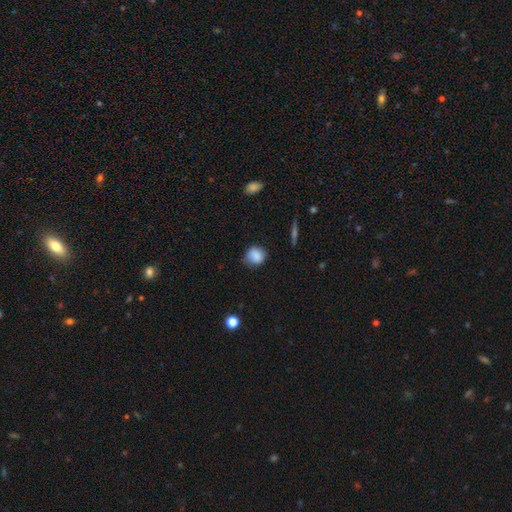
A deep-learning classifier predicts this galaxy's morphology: Overall: smooth (84%). How rounded: round (75%). Merging: none (69%).